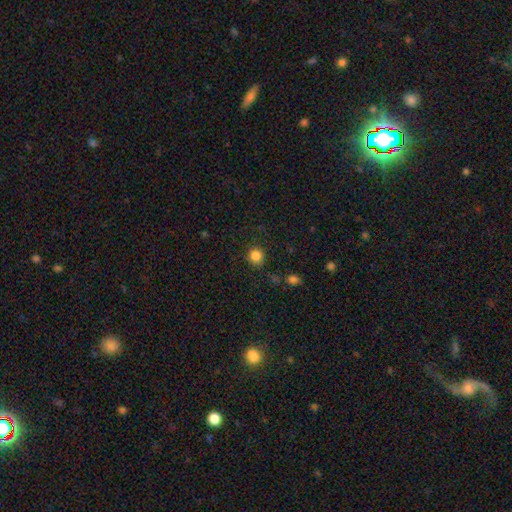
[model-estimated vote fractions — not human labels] A smooth galaxy with no disk features (84%) that is round (90%).

Vote fractions:
- Smooth or featured? smooth: 84% / star or artifact: 12% / featured or disk: 4%
- How rounded? round: 90% / in between: 9% / cigar-shaped: 1%
- Merging? none: 85% / minor disturbance: 10% / major disturbance: 3% / merger: 2%